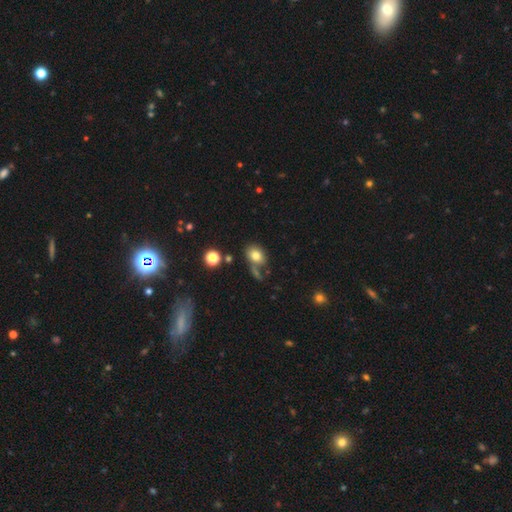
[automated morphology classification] smooth_or_featured: smooth (p=0.78) [alt: featured or disk p=0.12]
how_rounded: in between (p=0.71) [alt: round p=0.28]
merging: none (p=0.56) [alt: minor disturbance p=0.17]